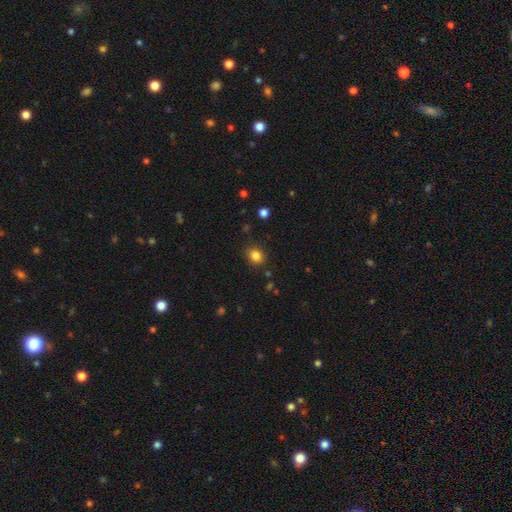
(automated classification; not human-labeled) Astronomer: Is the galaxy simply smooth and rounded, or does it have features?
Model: smooth — 84%.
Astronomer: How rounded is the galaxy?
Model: round — 63%.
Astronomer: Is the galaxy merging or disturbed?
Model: none — 86%.